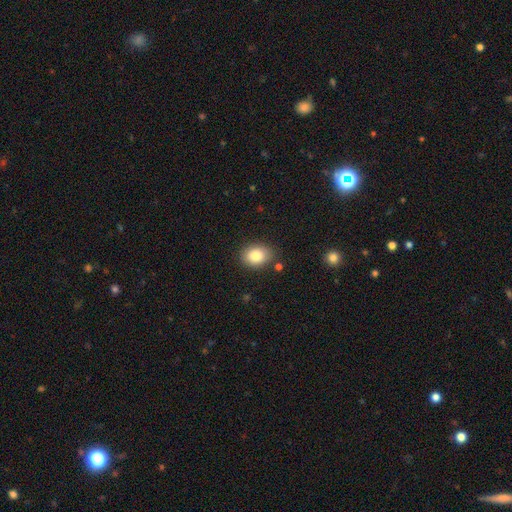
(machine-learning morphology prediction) Q: Smooth or featured?
A: smooth (84%); runner-up: star or artifact (8%)
Q: How rounded?
A: in between (64%); runner-up: round (35%)
Q: Merging?
A: none (81%); runner-up: minor disturbance (13%)